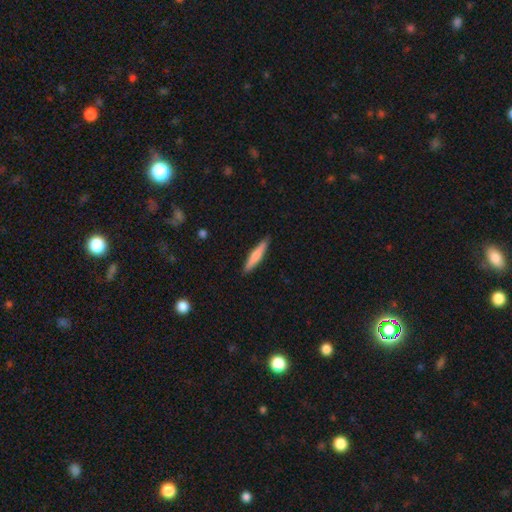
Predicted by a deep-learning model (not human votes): smooth-or-featured: smooth: 63% | featured or disk: 32% | star or artifact: 5%
  how-rounded: cigar-shaped: 90% | in between: 9% | round: 2%
  merging: none: 90% | minor disturbance: 8% | major disturbance: 1% | merger: 1%